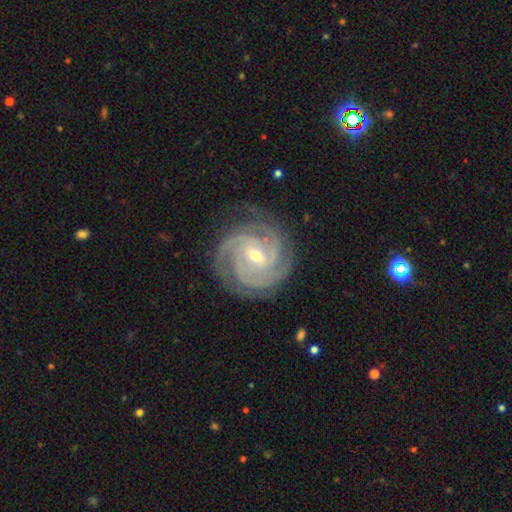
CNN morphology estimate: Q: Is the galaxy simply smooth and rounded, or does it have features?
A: featured or disk — 92%.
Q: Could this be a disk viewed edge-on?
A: no — 98%.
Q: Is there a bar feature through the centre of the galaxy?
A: weak — 45%.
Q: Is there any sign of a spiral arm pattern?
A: yes — 99%.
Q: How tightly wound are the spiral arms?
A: tight — 74%.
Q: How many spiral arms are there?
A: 3 — 43%.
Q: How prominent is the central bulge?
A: small — 55%.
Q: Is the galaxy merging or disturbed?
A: none — 81%.